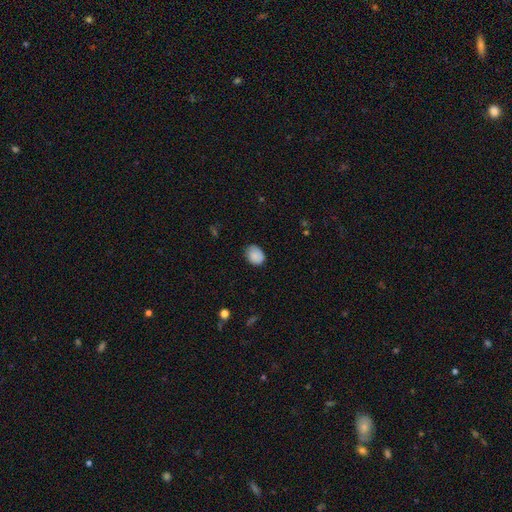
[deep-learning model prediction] smooth 84%, featured or disk 8%, star or artifact 8%. Down the decision tree: how rounded — in between (56%); merging — none (70%).